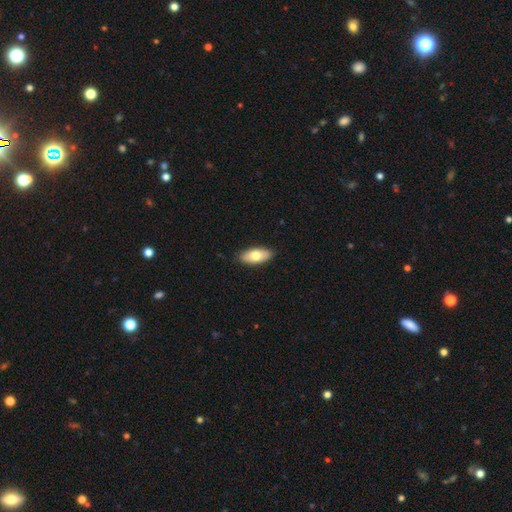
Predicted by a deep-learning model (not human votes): Q: Smooth or featured?
A: smooth (73%); runner-up: featured or disk (21%)
Q: How rounded?
A: in between (89%); runner-up: cigar-shaped (9%)
Q: Merging?
A: none (87%); runner-up: minor disturbance (10%)